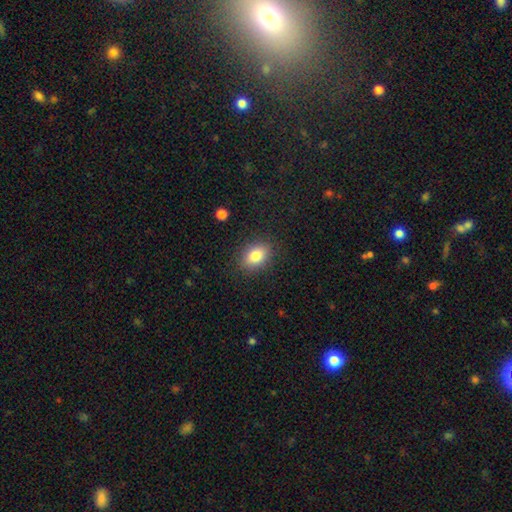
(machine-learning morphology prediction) The model was most divided on "how rounded": in between: 80%, round: 18%, cigar-shaped: 2%. More confident: merging — none (86%); smooth or featured — smooth (81%).